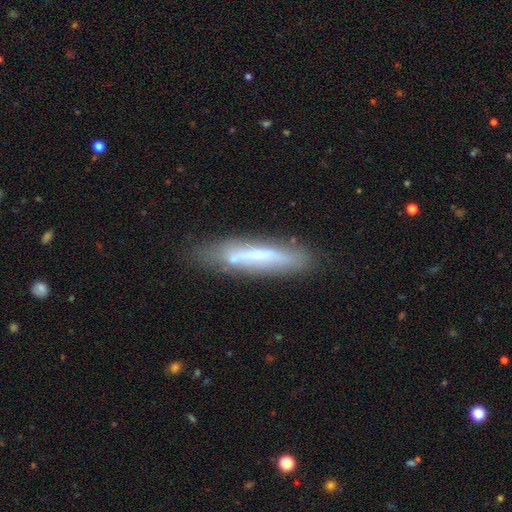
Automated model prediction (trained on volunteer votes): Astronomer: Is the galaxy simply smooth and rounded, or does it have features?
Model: featured or disk — 47% (runner-up: smooth, 45%).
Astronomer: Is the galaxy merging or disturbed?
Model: none — 74%.